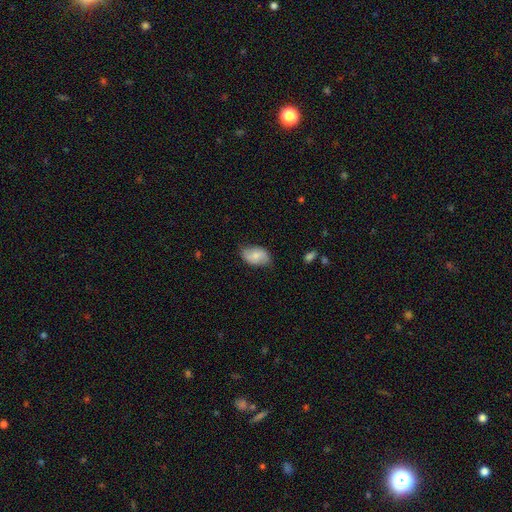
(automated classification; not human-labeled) Overall: smooth (65%; featured or disk 28%). How rounded: in between (90%). Merging: none (70%).